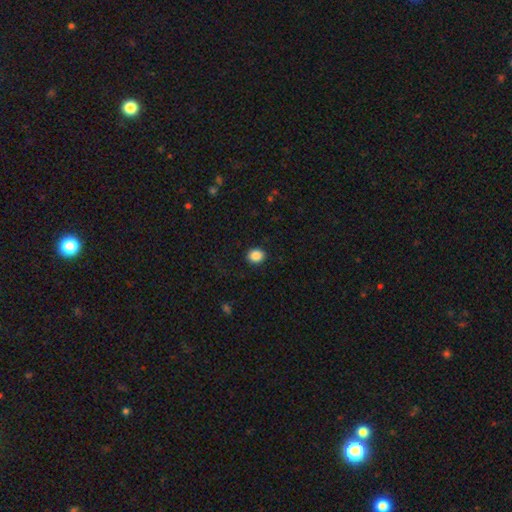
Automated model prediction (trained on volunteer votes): Smooth or featured: smooth — 88% (star or artifact — 9%)
How rounded: round — 71% (in between — 28%)
Merging: none — 91% (minor disturbance — 6%)